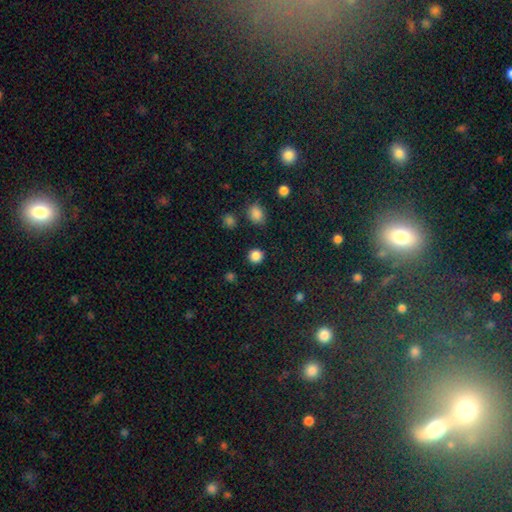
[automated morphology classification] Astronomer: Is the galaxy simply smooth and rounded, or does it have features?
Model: smooth — 85%.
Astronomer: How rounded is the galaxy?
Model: round — 93%.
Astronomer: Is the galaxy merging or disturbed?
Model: none — 90%.